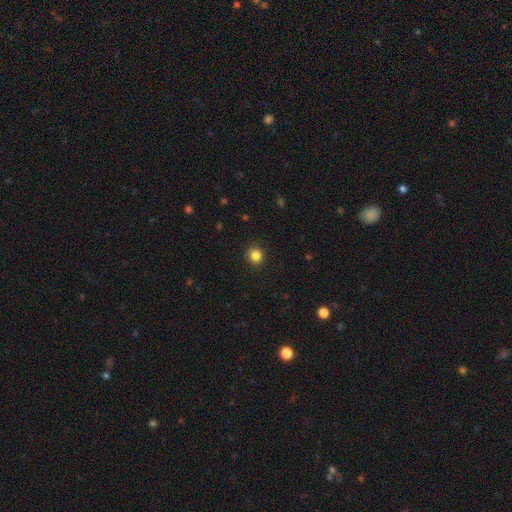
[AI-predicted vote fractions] A smooth galaxy with no disk features (84%) that is round (87%).

Vote fractions:
- Smooth or featured? smooth: 84% / star or artifact: 11% / featured or disk: 5%
- How rounded? round: 87% / in between: 12% / cigar-shaped: 1%
- Merging? none: 91% / minor disturbance: 6% / major disturbance: 2% / merger: 1%